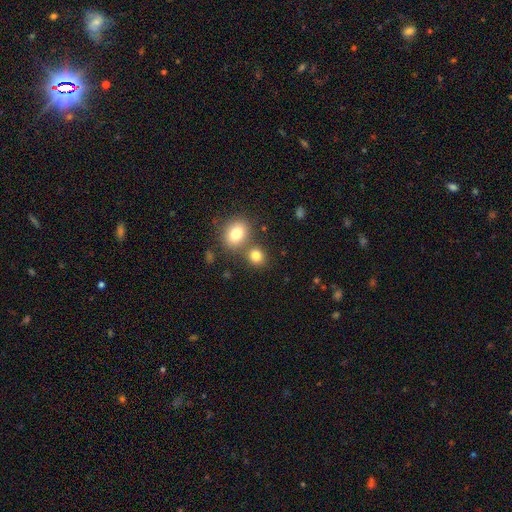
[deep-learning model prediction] smooth-or-featured: smooth: 81% | star or artifact: 11% | featured or disk: 8%
  how-rounded: round: 70% | in between: 29% | cigar-shaped: 1%
  merging: none: 61% | merger: 27% | minor disturbance: 9% | major disturbance: 3%